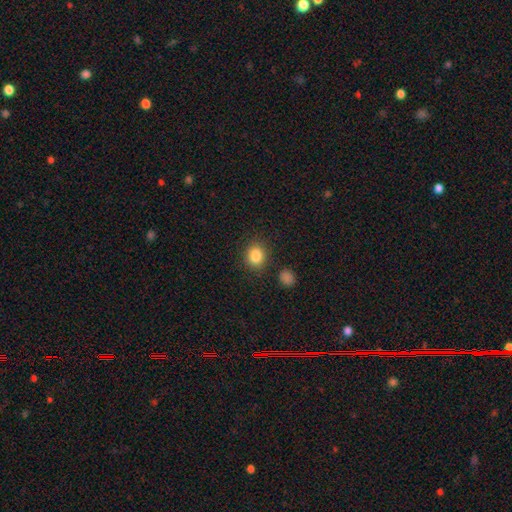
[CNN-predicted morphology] smooth 85%, star or artifact 10%, featured or disk 5%. Down the decision tree: how rounded — round (64%); merging — none (84%).